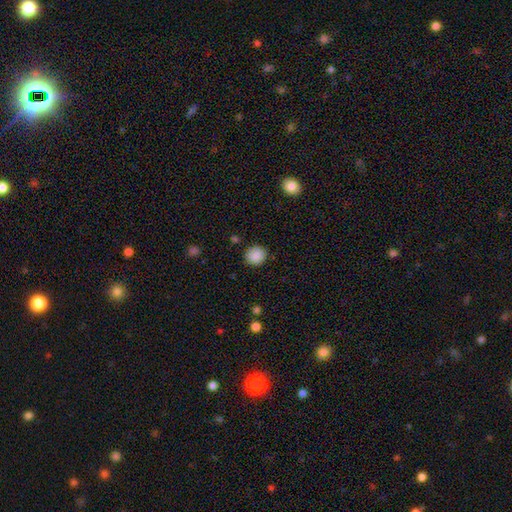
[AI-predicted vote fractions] smooth 88%, star or artifact 9%, featured or disk 3%. Down the decision tree: how rounded — round (86%); merging — none (87%).